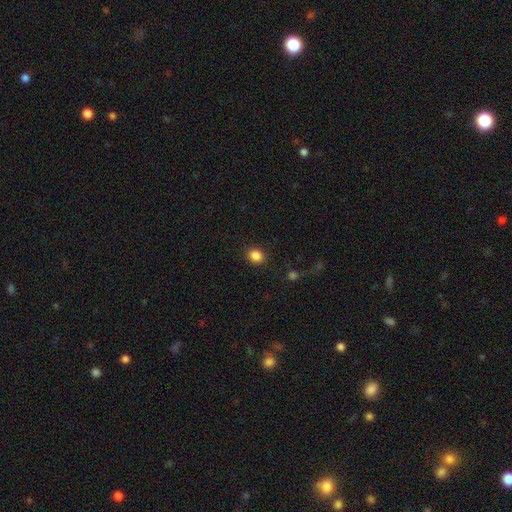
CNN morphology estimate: The model was most divided on "how rounded": round: 65%, in between: 34%, cigar-shaped: 1%. More confident: merging — none (88%); smooth or featured — smooth (86%).